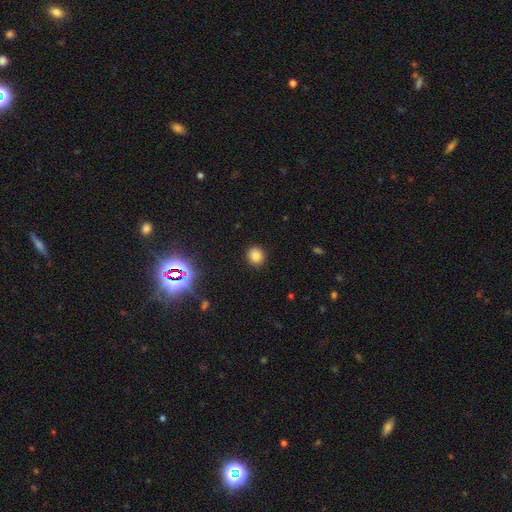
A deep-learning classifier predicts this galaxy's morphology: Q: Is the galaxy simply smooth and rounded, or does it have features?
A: smooth — 81%.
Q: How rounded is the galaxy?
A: round — 86%.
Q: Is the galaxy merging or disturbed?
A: none — 90%.